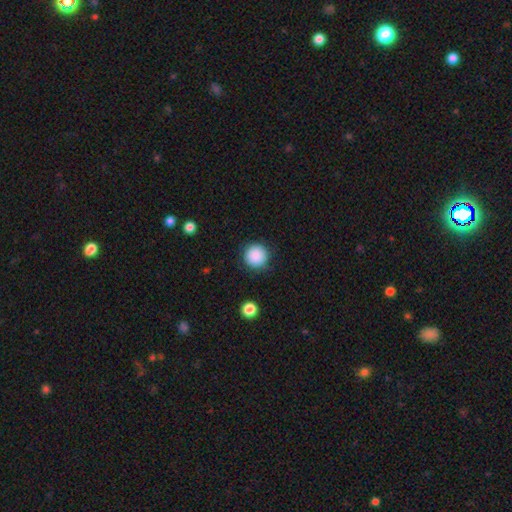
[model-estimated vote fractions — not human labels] Smooth or featured? Predicted: smooth (p=0.88). How rounded? Predicted: round (p=0.96). Merging? Predicted: none (p=0.88).